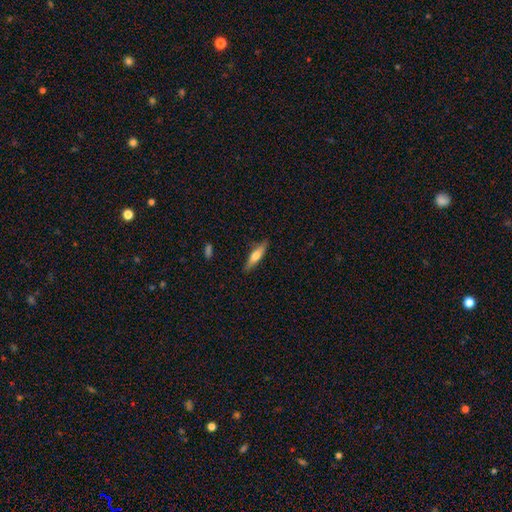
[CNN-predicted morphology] Overall: smooth (59%; featured or disk 35%). How rounded: cigar-shaped (71%). Merging: none (85%).